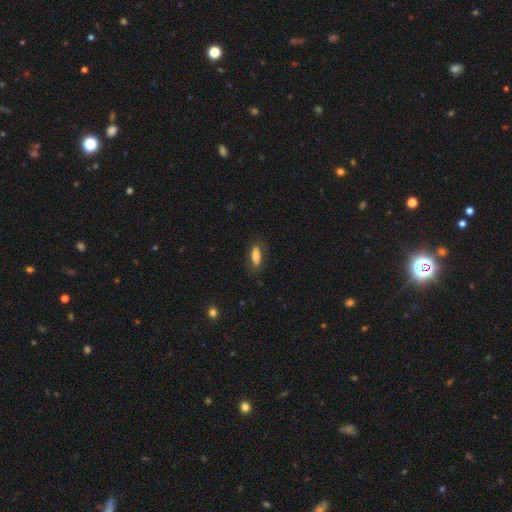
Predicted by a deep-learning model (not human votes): smooth_or_featured: smooth (p=0.69) [alt: featured or disk p=0.24]
how_rounded: in between (p=0.71) [alt: cigar-shaped p=0.26]
merging: none (p=0.73) [alt: minor disturbance p=0.18]